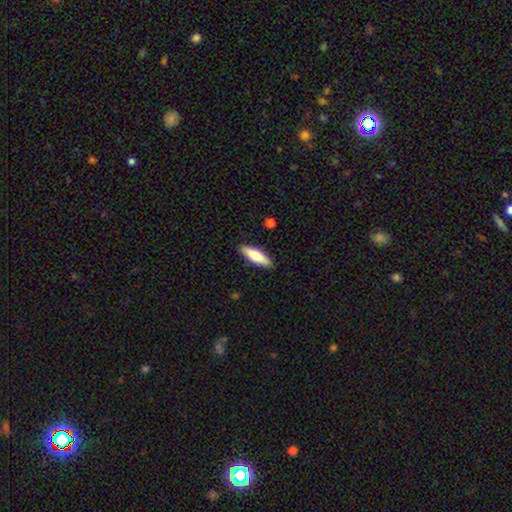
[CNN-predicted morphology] smooth-or-featured: smooth: 71% | featured or disk: 24% | star or artifact: 6%
  how-rounded: cigar-shaped: 52% | in between: 46% | round: 2%
  merging: none: 89% | minor disturbance: 8% | major disturbance: 2% | merger: 1%